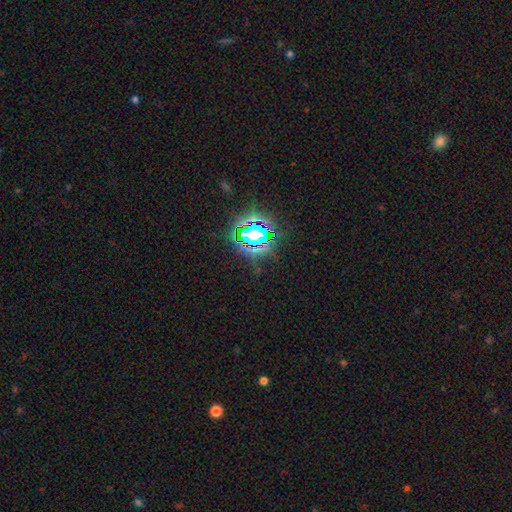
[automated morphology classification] star or artifact 80%, smooth 13%, featured or disk 8%.